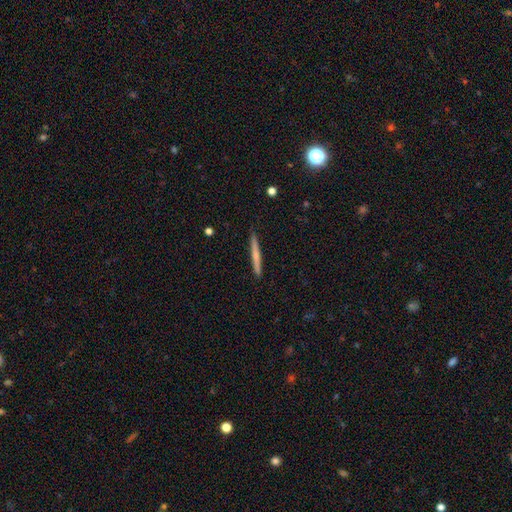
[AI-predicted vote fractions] Smooth or featured? smooth (58%)
How rounded? cigar-shaped (97%)
Merging? none (91%)